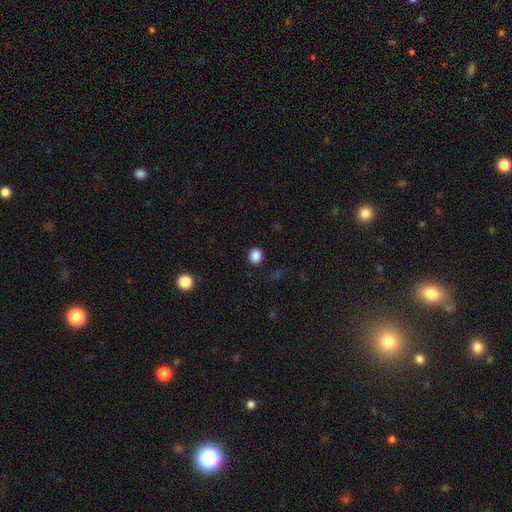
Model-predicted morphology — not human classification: The model was most divided on "how rounded": round: 80%, in between: 19%, cigar-shaped: 1%. More confident: merging — none (90%); smooth or featured — smooth (87%).